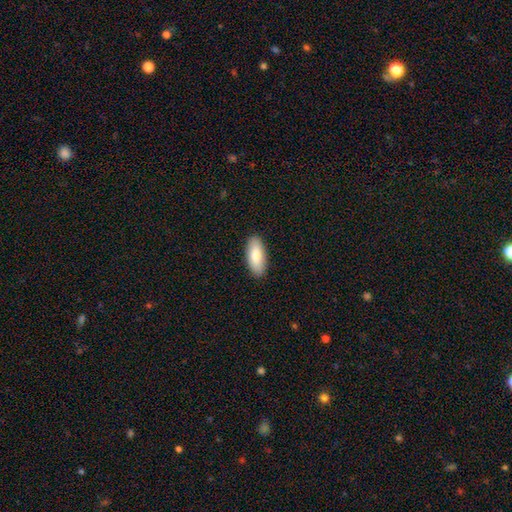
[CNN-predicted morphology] A smooth galaxy with no disk features (82%) that is in between round and cigar-shaped (85%). Merging: none (90%).